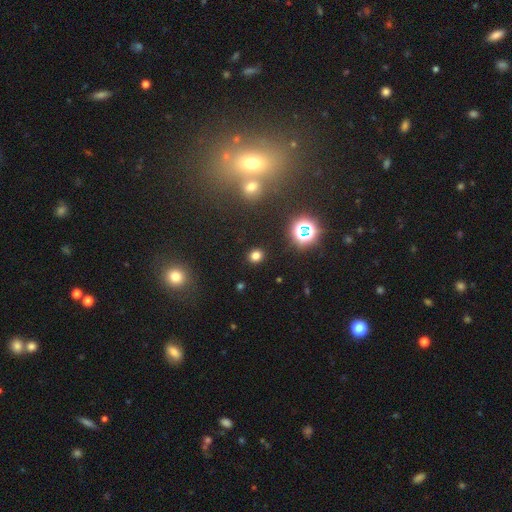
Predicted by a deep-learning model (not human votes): Q: Smooth or featured?
A: smooth (73%); runner-up: star or artifact (22%)
Q: How rounded?
A: round (75%); runner-up: in between (24%)
Q: Merging?
A: none (90%); runner-up: minor disturbance (6%)